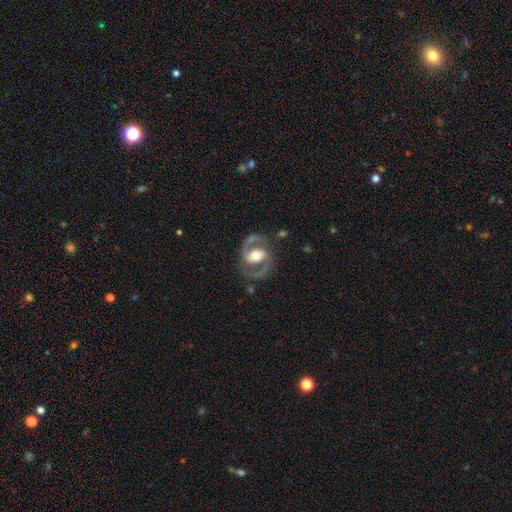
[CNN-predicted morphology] Smooth or featured? featured or disk (81%)
Edge-on disk? no (97%)
Bar? no (37%)
Spiral arms? yes (85%)
Spiral winding? medium (57%)
Spiral arm count? 2 (90%)
Bulge size? moderate (62%)
Merging? none (74%)